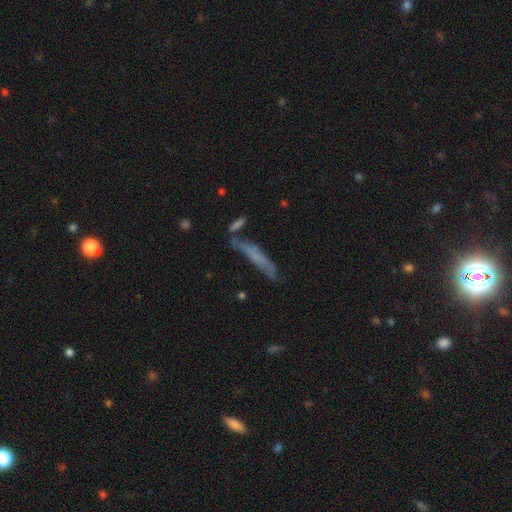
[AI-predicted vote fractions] Smooth or featured? smooth (50%)
Merging? none (59%)